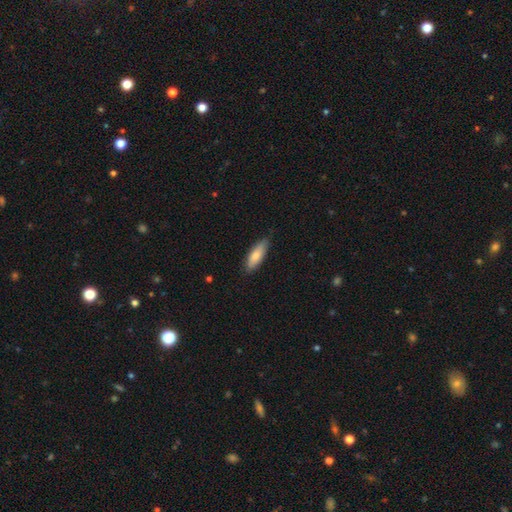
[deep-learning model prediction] Morphology: type=smooth (80%); roundness=in between (59%); merging=none (81%).